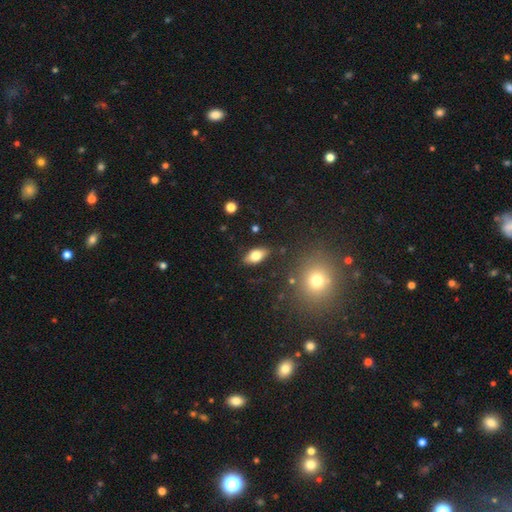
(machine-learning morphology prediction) A smooth galaxy with no disk features (72%) that is in between round and cigar-shaped (89%).

Vote fractions:
- Smooth or featured? smooth: 72% / featured or disk: 20% / star or artifact: 8%
- How rounded? in between: 89% / cigar-shaped: 7% / round: 4%
- Merging? none: 85% / minor disturbance: 10% / major disturbance: 2% / merger: 2%